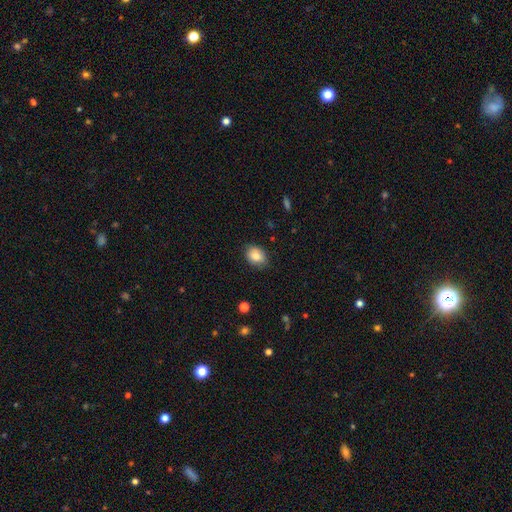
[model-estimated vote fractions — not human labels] This appears to be a smooth galaxy with no disk features (84%) that is in between round and cigar-shaped (67%). Merging: none (79%).